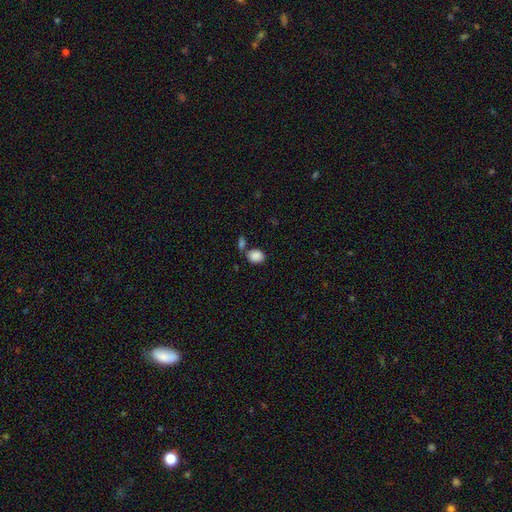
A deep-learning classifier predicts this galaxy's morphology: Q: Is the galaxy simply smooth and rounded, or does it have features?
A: smooth — 88%.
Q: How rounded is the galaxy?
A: in between — 62%.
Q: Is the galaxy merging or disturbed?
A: none — 64%.